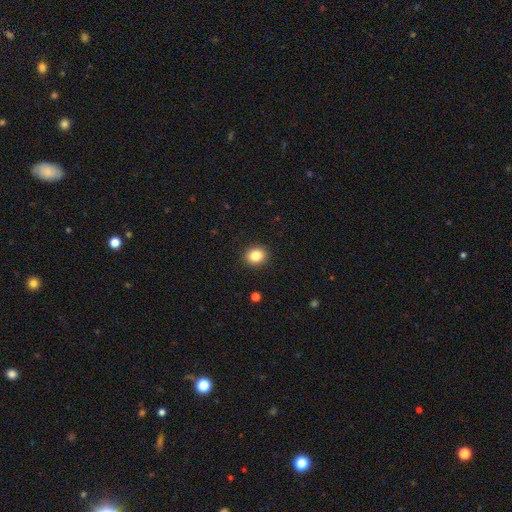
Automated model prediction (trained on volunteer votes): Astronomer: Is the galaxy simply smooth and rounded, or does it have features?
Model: smooth — 84%.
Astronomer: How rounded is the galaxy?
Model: round — 71%.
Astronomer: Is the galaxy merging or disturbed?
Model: none — 91%.